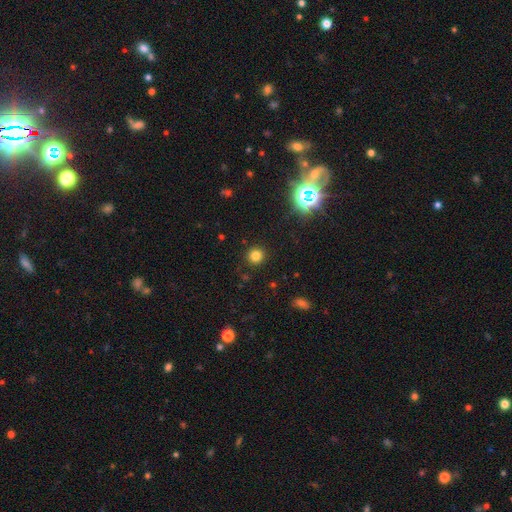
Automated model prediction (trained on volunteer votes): Smooth or featured: smooth — 78% (star or artifact — 17%)
How rounded: round — 93% (in between — 6%)
Merging: none — 91% (minor disturbance — 5%)